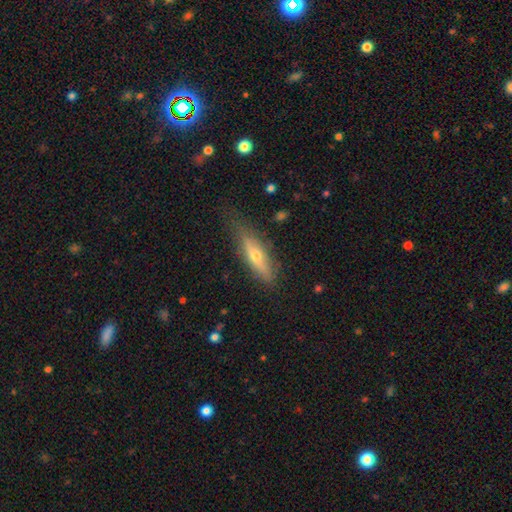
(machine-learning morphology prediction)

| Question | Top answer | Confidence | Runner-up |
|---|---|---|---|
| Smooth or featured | featured or disk | 48% | smooth (45%) |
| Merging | none | 69% | minor disturbance (22%) |